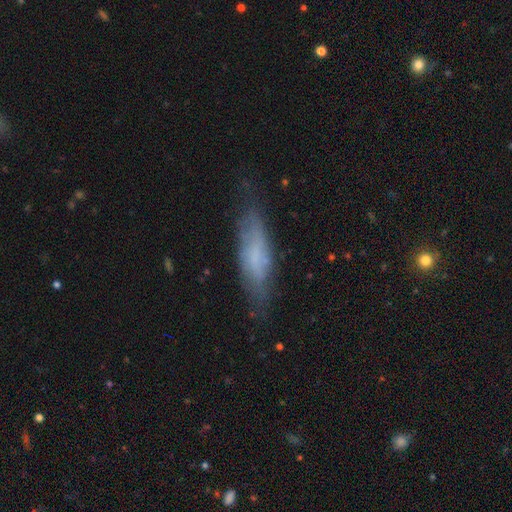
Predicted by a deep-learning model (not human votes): A smooth galaxy with no disk features (52%) that is cigar-shaped (63%). Merging: none (68%).